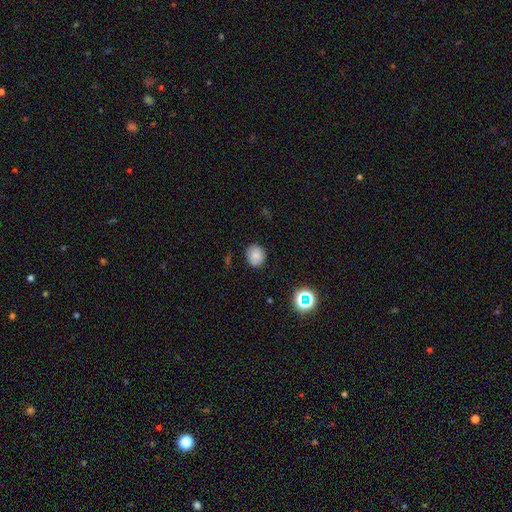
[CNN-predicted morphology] smooth_or_featured: smooth (p=0.80) [alt: star or artifact p=0.12]
how_rounded: round (p=0.78) [alt: in between p=0.21]
merging: none (p=0.85) [alt: minor disturbance p=0.11]